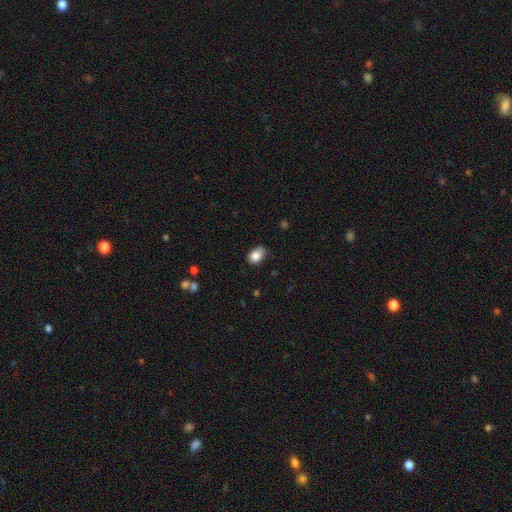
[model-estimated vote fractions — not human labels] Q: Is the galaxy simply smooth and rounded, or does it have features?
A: smooth — 83%.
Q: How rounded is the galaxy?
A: in between — 74%.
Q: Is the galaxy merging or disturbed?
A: none — 62%.